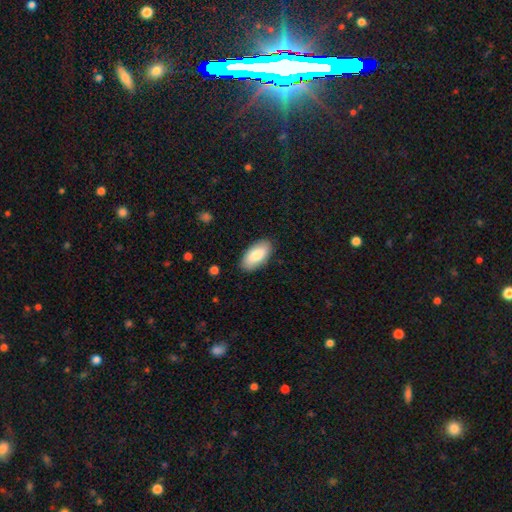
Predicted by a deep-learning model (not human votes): smooth-or-featured: smooth: 82% | featured or disk: 12% | star or artifact: 6%
  how-rounded: in between: 94% | cigar-shaped: 4% | round: 2%
  merging: none: 87% | minor disturbance: 9% | major disturbance: 2% | merger: 1%